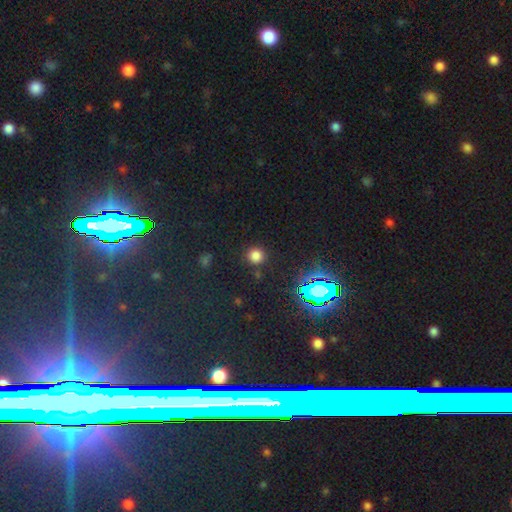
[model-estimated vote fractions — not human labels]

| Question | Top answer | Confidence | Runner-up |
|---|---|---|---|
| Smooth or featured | smooth | 72% | star or artifact (23%) |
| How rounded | round | 92% | in between (6%) |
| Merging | none | 86% | minor disturbance (8%) |